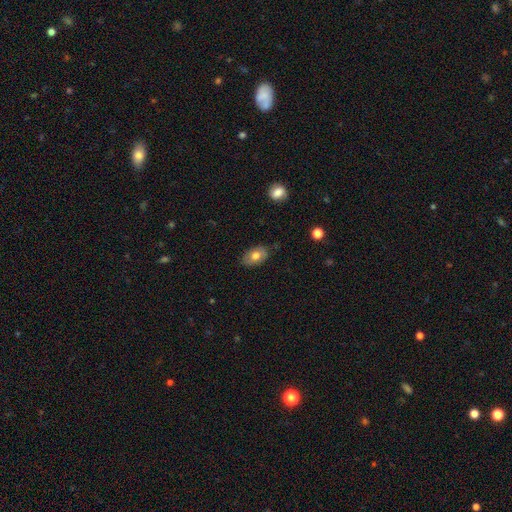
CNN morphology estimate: This appears to be a smooth galaxy with no disk features (70%) that is in between round and cigar-shaped (90%). Merging: none (81%).